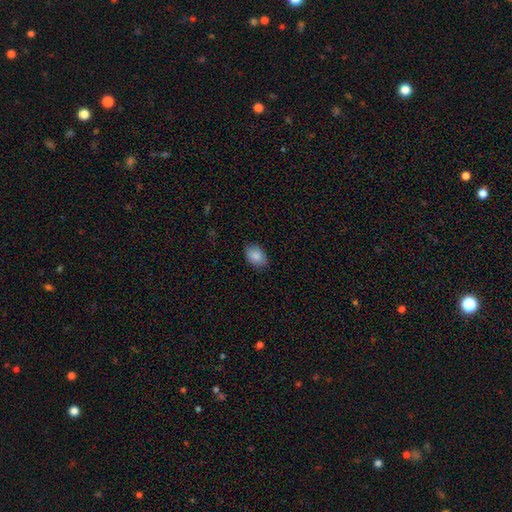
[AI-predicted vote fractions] A smooth galaxy with no disk features (88%) that is in between round and cigar-shaped (82%). Merging: none (85%).